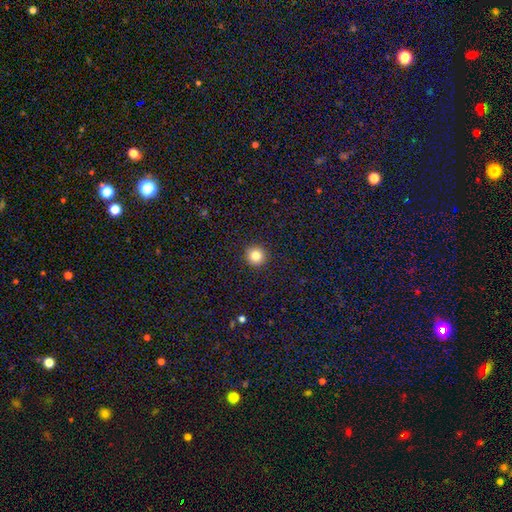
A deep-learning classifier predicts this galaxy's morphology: A smooth galaxy with no disk features (83%) that is round (95%).

Vote fractions:
- Smooth or featured? smooth: 83% / star or artifact: 11% / featured or disk: 5%
- How rounded? round: 95% / in between: 4% / cigar-shaped: 1%
- Merging? none: 93% / minor disturbance: 4% / major disturbance: 2% / merger: 1%